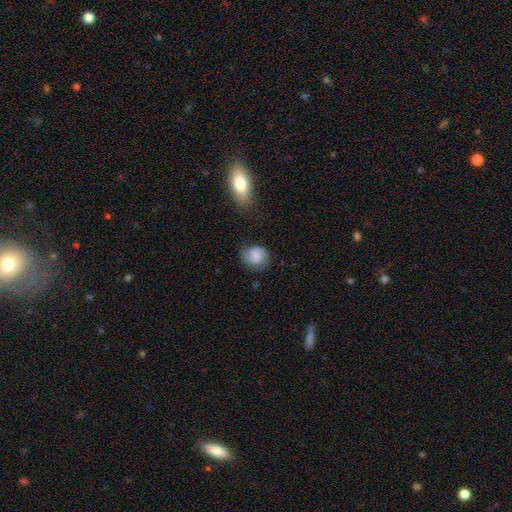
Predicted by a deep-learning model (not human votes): Q: Smooth or featured?
A: smooth (55%); runner-up: featured or disk (36%)
Q: How rounded?
A: round (73%); runner-up: in between (26%)
Q: Merging?
A: none (69%); runner-up: minor disturbance (21%)